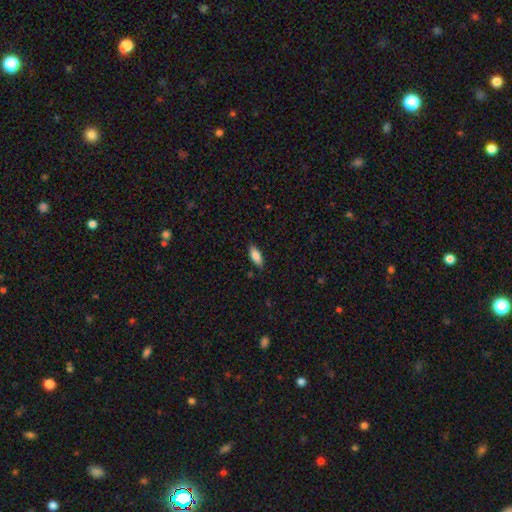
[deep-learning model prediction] Smooth or featured?
  - smooth: 84% *
  - featured or disk: 10%
  - star or artifact: 7%
How rounded?
  - in between: 77% *
  - cigar-shaped: 21%
  - round: 2%
Merging?
  - none: 86% *
  - minor disturbance: 11%
  - major disturbance: 2%
  - merger: 1%